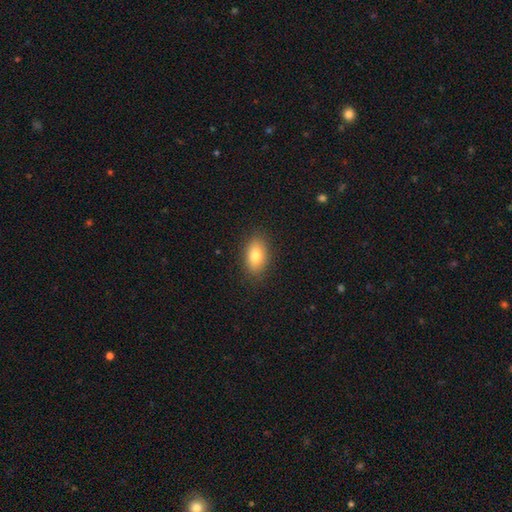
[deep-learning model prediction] Morphology: type=smooth (80%); roundness=in between (88%); merging=none (87%).